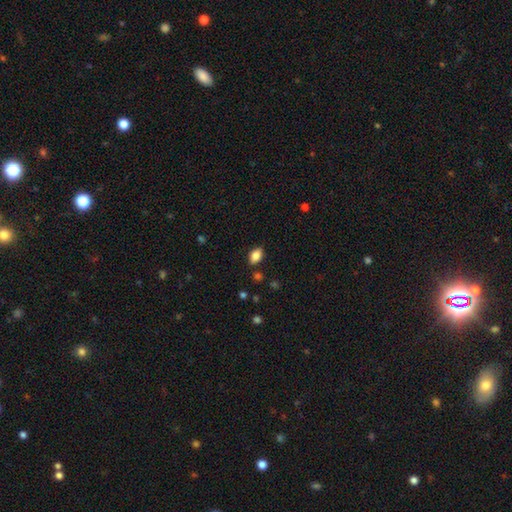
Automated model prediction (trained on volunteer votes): Smooth or featured: smooth — 84% (star or artifact — 9%)
How rounded: in between — 89% (round — 8%)
Merging: none — 85% (minor disturbance — 11%)